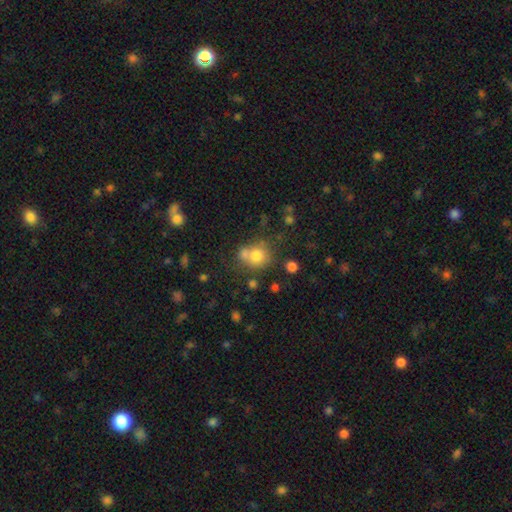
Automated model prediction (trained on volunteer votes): Smooth or featured? smooth (75%)
How rounded? round (77%)
Merging? none (51%)